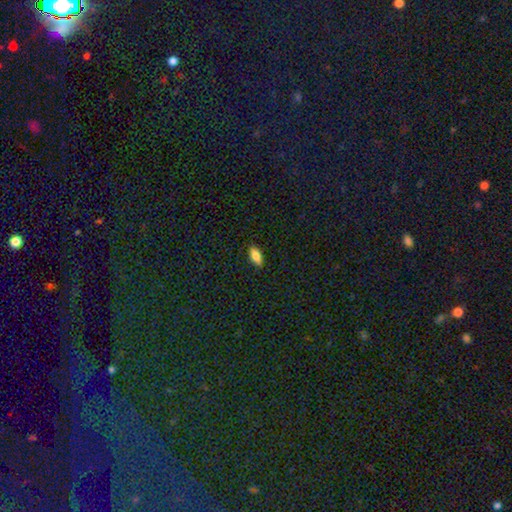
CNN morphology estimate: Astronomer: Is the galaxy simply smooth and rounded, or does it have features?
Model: smooth — 74%.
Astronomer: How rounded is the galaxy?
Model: in between — 78%.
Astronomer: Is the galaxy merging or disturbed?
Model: none — 88%.